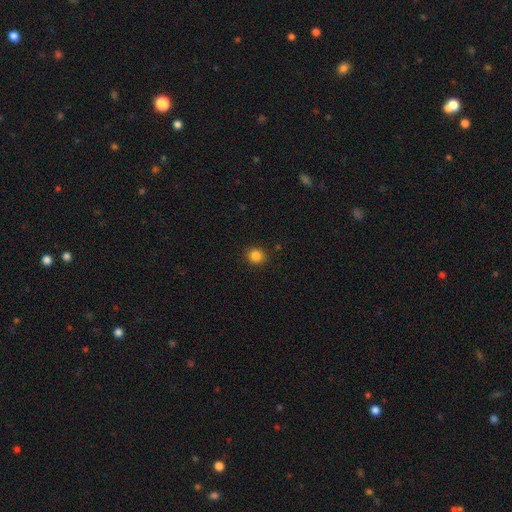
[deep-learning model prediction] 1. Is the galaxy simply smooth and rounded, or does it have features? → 85% smooth, 12% star or artifact, 4% featured or disk.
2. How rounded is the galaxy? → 84% round, 15% in between, 1% cigar-shaped.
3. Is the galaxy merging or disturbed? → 90% none, 6% minor disturbance, 2% major disturbance, 1% merger.